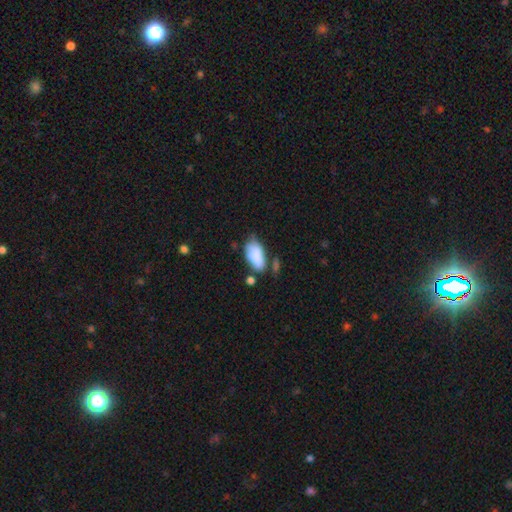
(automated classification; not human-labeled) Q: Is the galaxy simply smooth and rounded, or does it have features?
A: smooth — 82%.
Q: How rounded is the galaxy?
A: in between — 93%.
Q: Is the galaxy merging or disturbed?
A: none — 45%.